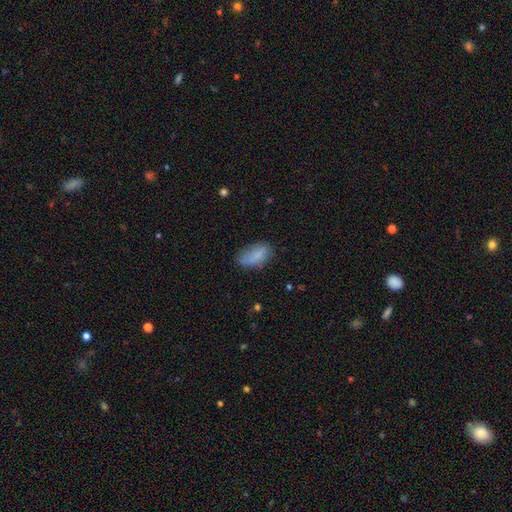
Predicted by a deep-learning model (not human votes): smooth_or_featured: smooth (p=0.80) [alt: featured or disk p=0.11]
how_rounded: in between (p=0.91) [alt: cigar-shaped p=0.05]
merging: none (p=0.65) [alt: minor disturbance p=0.25]